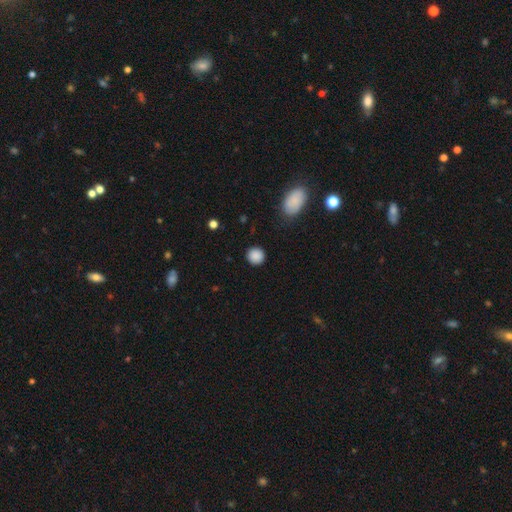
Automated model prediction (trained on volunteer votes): Smooth or featured? Predicted: smooth (p=0.88). How rounded? Predicted: round (p=0.90). Merging? Predicted: none (p=0.89).